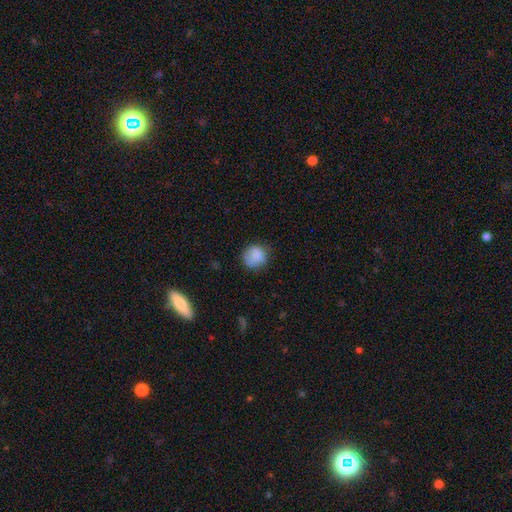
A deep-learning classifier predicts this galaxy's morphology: Smooth or featured?
  - smooth: 83% *
  - star or artifact: 9%
  - featured or disk: 8%
How rounded?
  - round: 86% *
  - in between: 13%
  - cigar-shaped: 1%
Merging?
  - none: 70% *
  - minor disturbance: 22%
  - major disturbance: 7%
  - merger: 2%